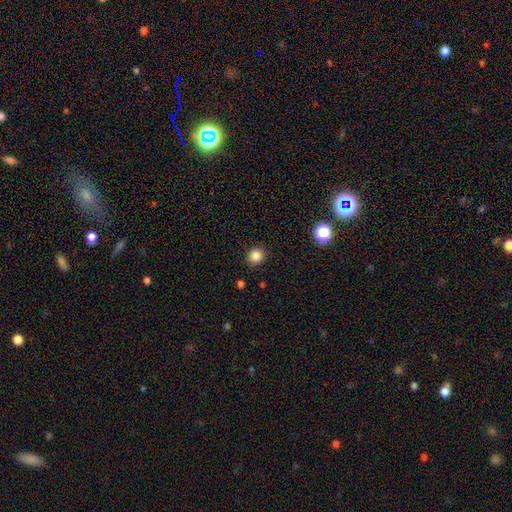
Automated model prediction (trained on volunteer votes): smooth 84%, star or artifact 12%, featured or disk 4%. Down the decision tree: how rounded — round (83%); merging — none (90%).